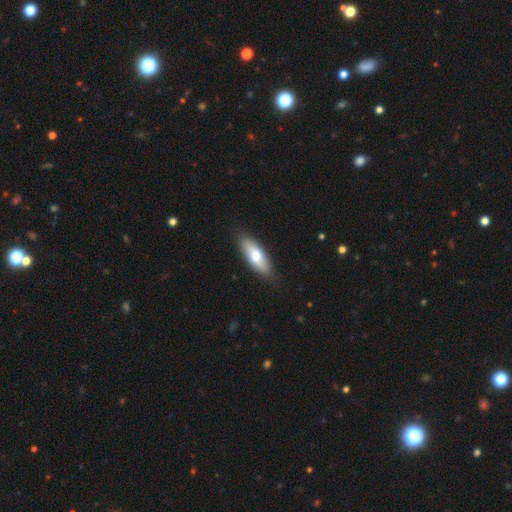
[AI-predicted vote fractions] smooth 68%, featured or disk 26%, star or artifact 5%. Down the decision tree: how rounded — in between (67%); merging — none (87%).